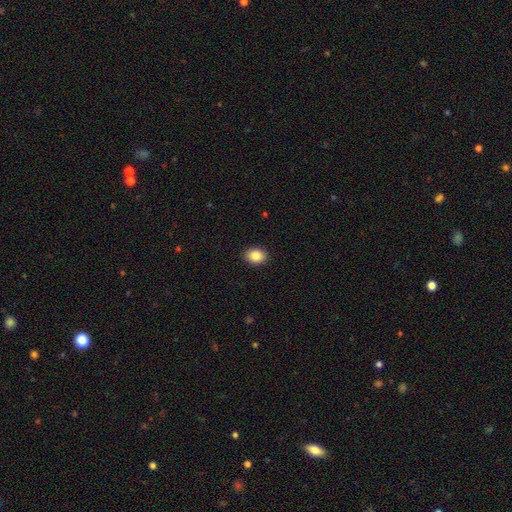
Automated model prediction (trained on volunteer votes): smooth-or-featured: smooth: 86% | star or artifact: 8% | featured or disk: 5%
  how-rounded: in between: 66% | round: 33% | cigar-shaped: 1%
  merging: none: 91% | minor disturbance: 7% | major disturbance: 2% | merger: 1%